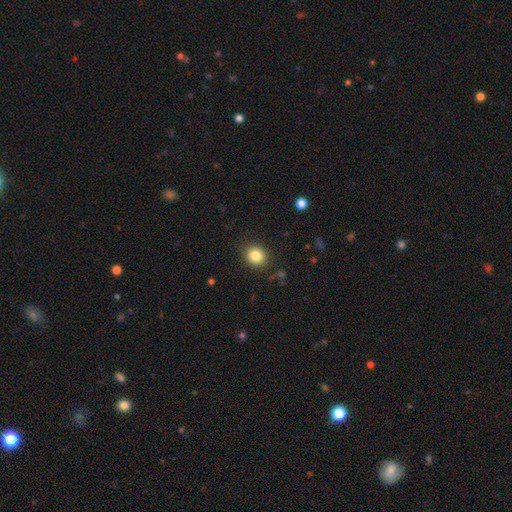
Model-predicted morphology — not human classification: Smooth or featured? Predicted: smooth (p=0.84). How rounded? Predicted: round (p=0.78). Merging? Predicted: none (p=0.87).